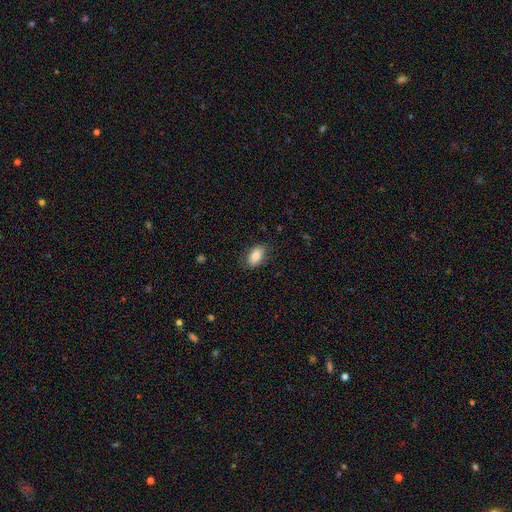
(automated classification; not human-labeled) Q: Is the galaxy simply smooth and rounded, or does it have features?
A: smooth — 84%.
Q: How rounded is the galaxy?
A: in between — 91%.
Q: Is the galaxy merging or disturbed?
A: none — 81%.